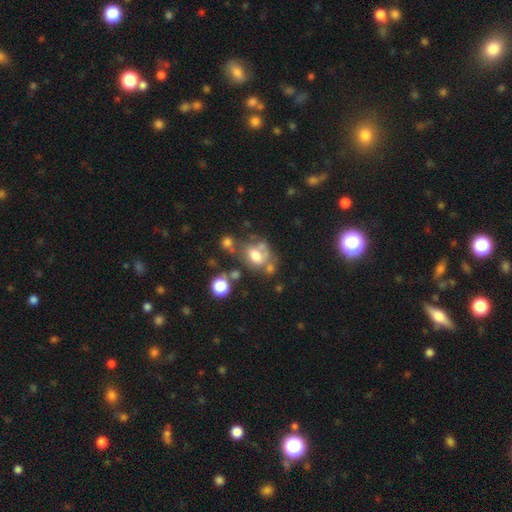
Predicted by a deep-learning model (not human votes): Smooth or featured?
  - smooth: 54% *
  - featured or disk: 33%
  - star or artifact: 14%
How rounded?
  - in between: 59% *
  - round: 40%
  - cigar-shaped: 1%
Merging?
  - none: 34% *
  - merger: 28%
  - minor disturbance: 20%
  - major disturbance: 17%